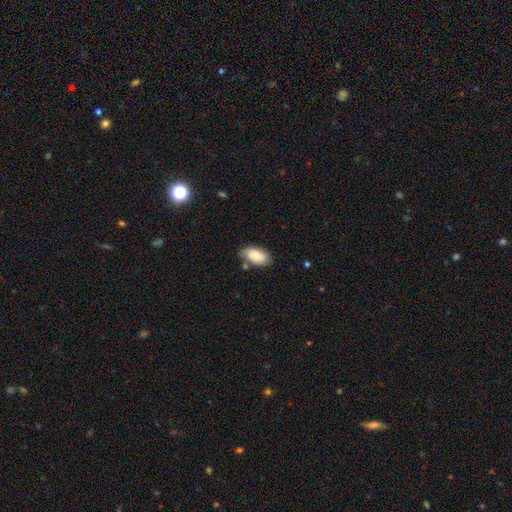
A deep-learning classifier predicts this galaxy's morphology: smooth-or-featured: smooth: 83% | featured or disk: 10% | star or artifact: 7%
  how-rounded: in between: 94% | round: 4% | cigar-shaped: 2%
  merging: none: 74% | minor disturbance: 17% | merger: 5% | major disturbance: 3%